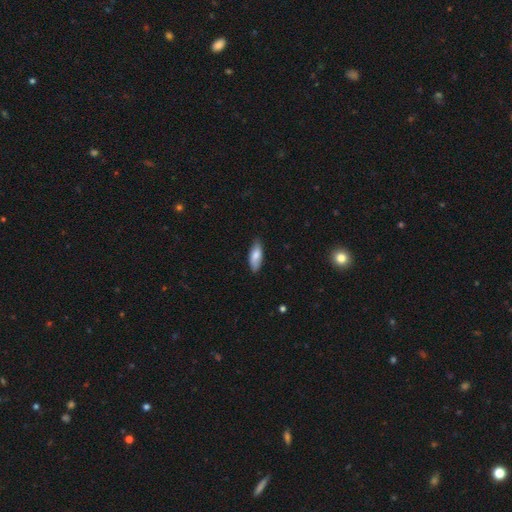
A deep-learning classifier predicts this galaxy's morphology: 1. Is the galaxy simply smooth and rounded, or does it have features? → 81% smooth, 14% featured or disk, 6% star or artifact.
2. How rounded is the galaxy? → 74% in between, 25% cigar-shaped, 2% round.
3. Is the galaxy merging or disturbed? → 83% none, 14% minor disturbance, 2% major disturbance, 1% merger.